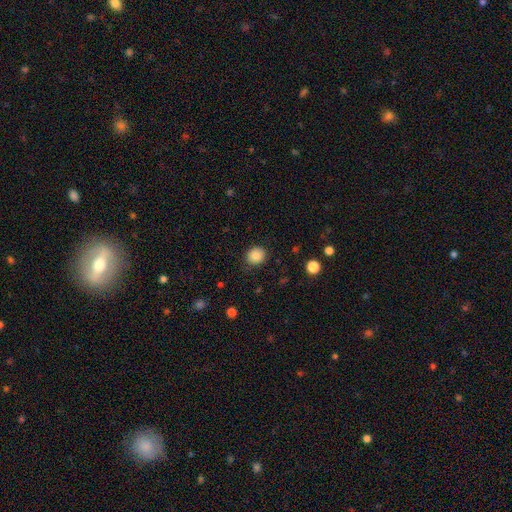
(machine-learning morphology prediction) This is clearly a smooth galaxy (85%). How rounded: clearly round (84%). Merging: clearly none (87%).